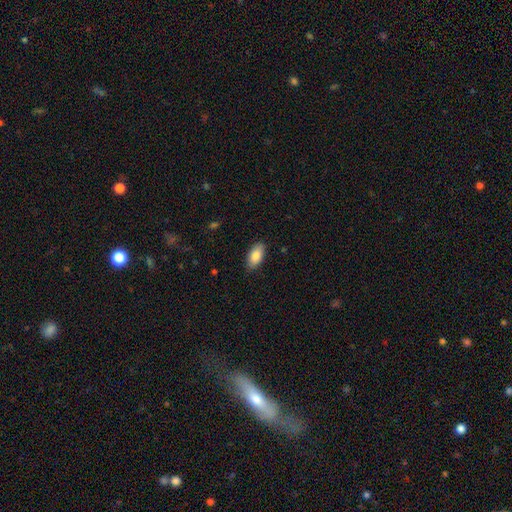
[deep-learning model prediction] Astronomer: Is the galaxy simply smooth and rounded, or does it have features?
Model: smooth — 86%.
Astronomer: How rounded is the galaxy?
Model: in between — 93%.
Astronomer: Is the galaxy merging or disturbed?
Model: none — 85%.